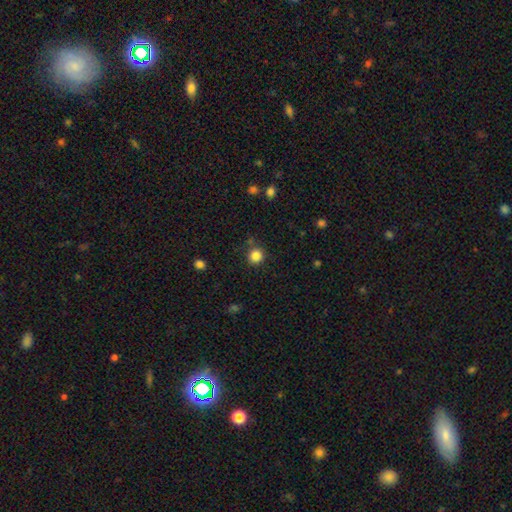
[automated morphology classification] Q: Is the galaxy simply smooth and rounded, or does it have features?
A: smooth — 84%.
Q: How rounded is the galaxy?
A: round — 91%.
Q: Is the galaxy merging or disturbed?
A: none — 84%.